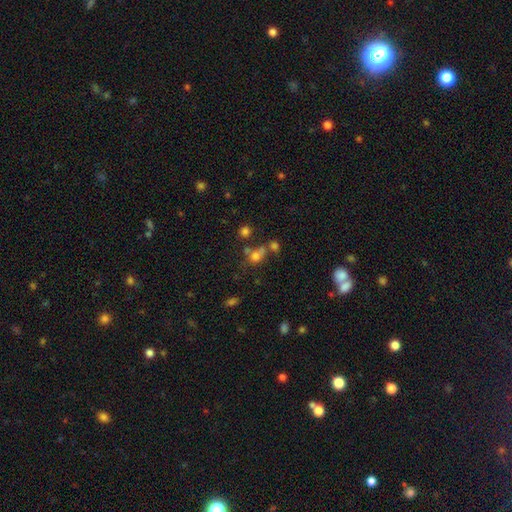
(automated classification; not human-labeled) Q: Smooth or featured?
A: smooth (67%); runner-up: star or artifact (19%)
Q: How rounded?
A: round (66%); runner-up: in between (32%)
Q: Merging?
A: none (42%); runner-up: merger (37%)